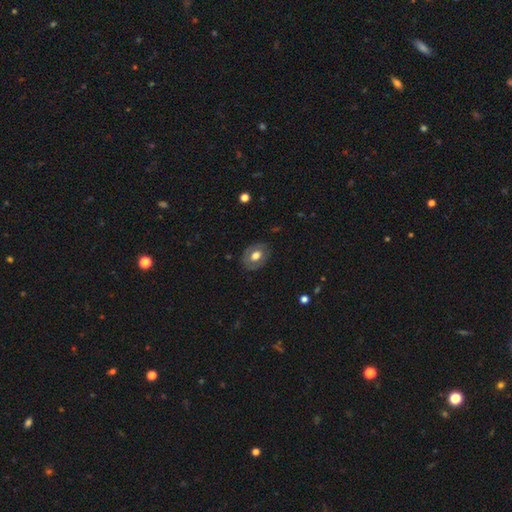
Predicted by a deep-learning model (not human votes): Smooth or featured? smooth (59%)
How rounded? in between (61%)
Merging? none (81%)